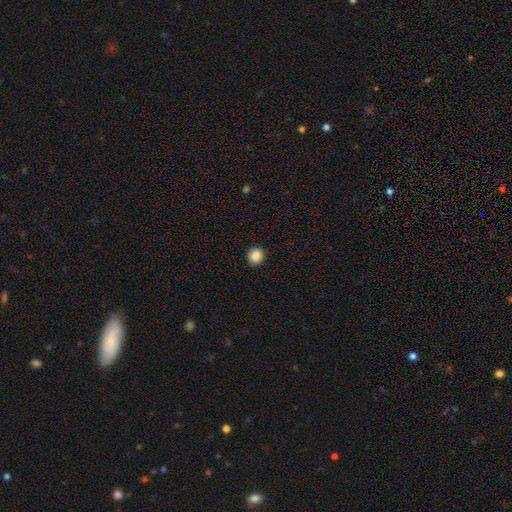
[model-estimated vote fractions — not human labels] smooth_or_featured: smooth (p=0.87) [alt: star or artifact p=0.10]
how_rounded: round (p=0.90) [alt: in between p=0.09]
merging: none (p=0.92) [alt: minor disturbance p=0.06]